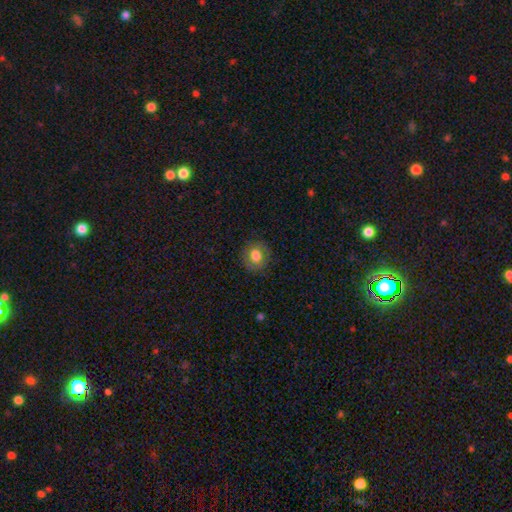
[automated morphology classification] smooth 74%, featured or disk 17%, star or artifact 9%. Down the decision tree: how rounded — round (82%); merging — none (85%).